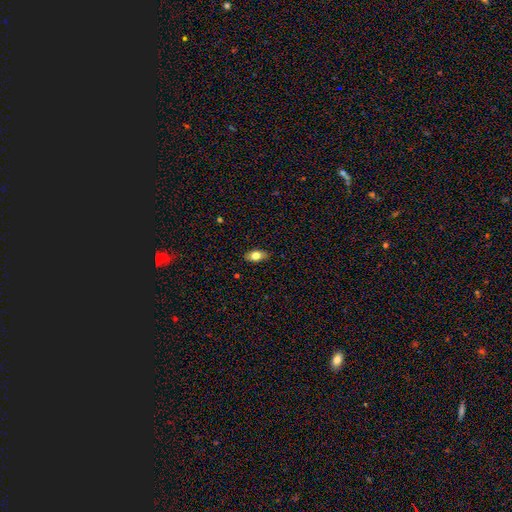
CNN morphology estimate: Smooth or featured?
  - smooth: 75% *
  - featured or disk: 17%
  - star or artifact: 7%
How rounded?
  - in between: 88% *
  - round: 6%
  - cigar-shaped: 6%
Merging?
  - none: 87% *
  - minor disturbance: 10%
  - major disturbance: 2%
  - merger: 1%